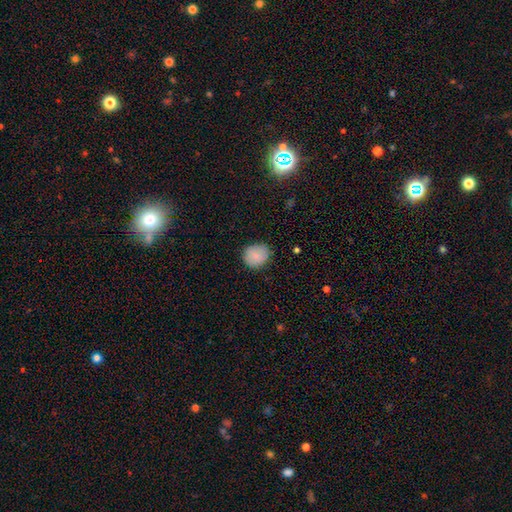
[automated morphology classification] Smooth or featured? smooth (84%)
How rounded? round (69%)
Merging? none (80%)